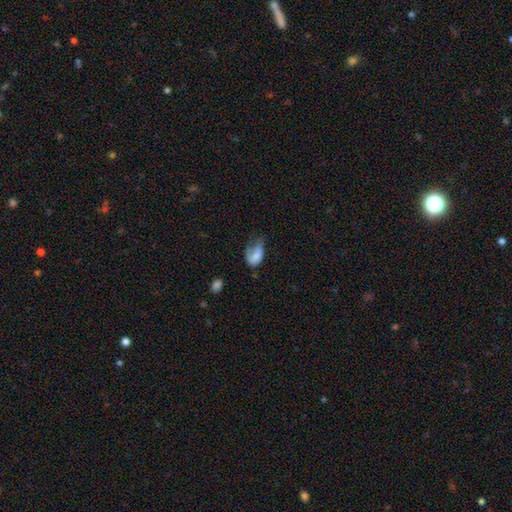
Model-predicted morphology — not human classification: This is likely a smooth galaxy (71%). How rounded: clearly in between (88%). Merging: marginally major disturbance (42%).